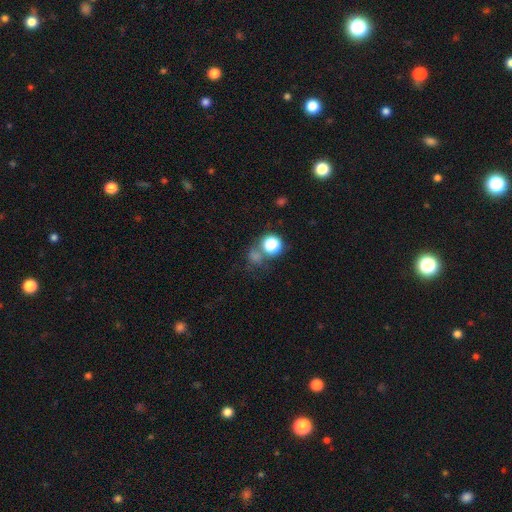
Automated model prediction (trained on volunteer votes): Smooth or featured: smooth — 61% (star or artifact — 31%)
How rounded: round — 86% (in between — 13%)
Merging: none — 60% (merger — 22%)